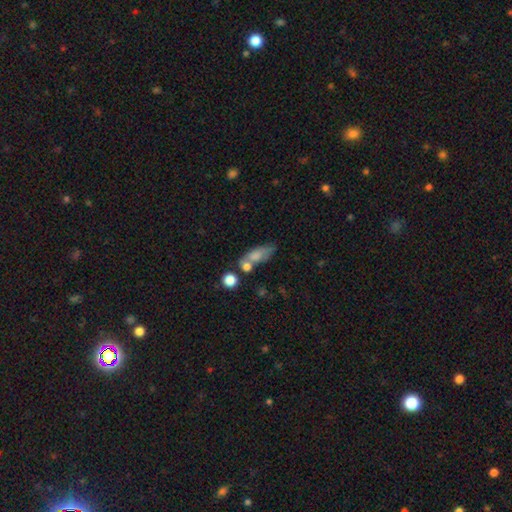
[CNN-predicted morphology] This appears to be a smooth galaxy with no disk features (71%) that is in between round and cigar-shaped (71%). Merging: none (41%).